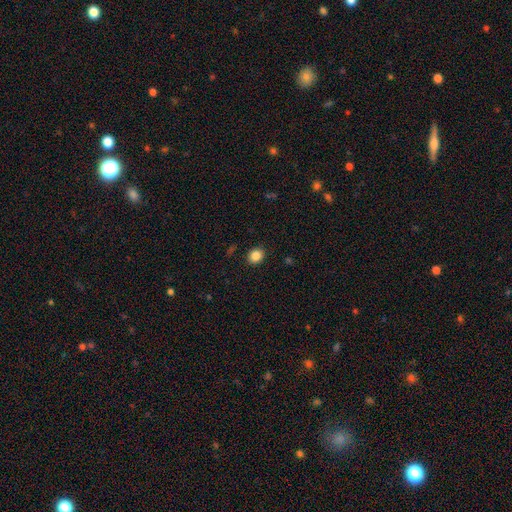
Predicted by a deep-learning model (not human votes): smooth_or_featured: smooth (p=0.86) [alt: star or artifact p=0.10]
how_rounded: round (p=0.67) [alt: in between p=0.32]
merging: none (p=0.90) [alt: minor disturbance p=0.07]